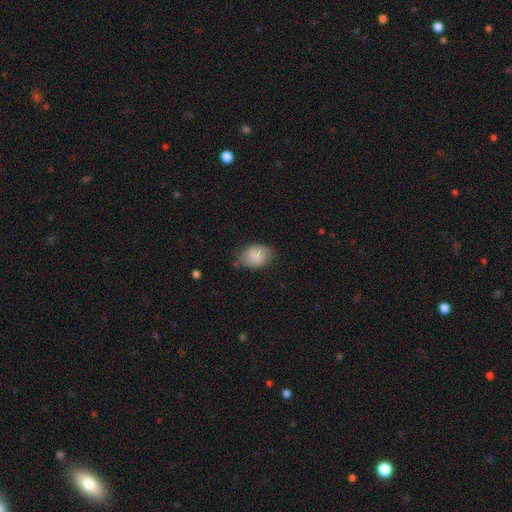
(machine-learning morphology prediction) This appears to be a smooth galaxy with no disk features (84%) that is in between round and cigar-shaped (80%). Merging: none (69%).